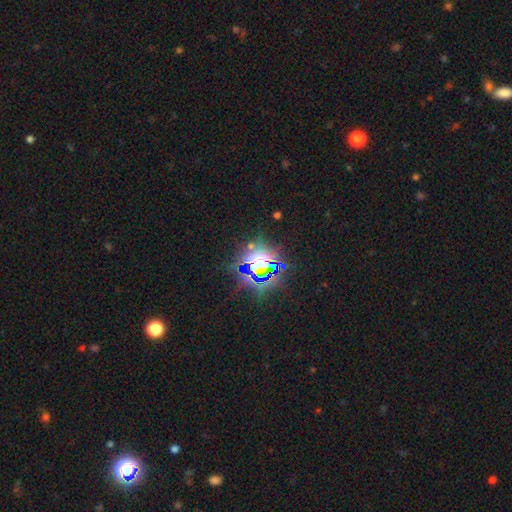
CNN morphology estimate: A star or artifact, not a galaxy (83%).